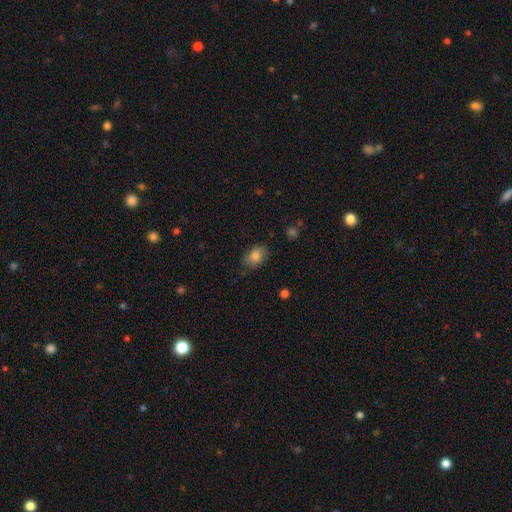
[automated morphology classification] Smooth or featured? Predicted: smooth (p=0.82). How rounded? Predicted: in between (p=0.78). Merging? Predicted: none (p=0.79).